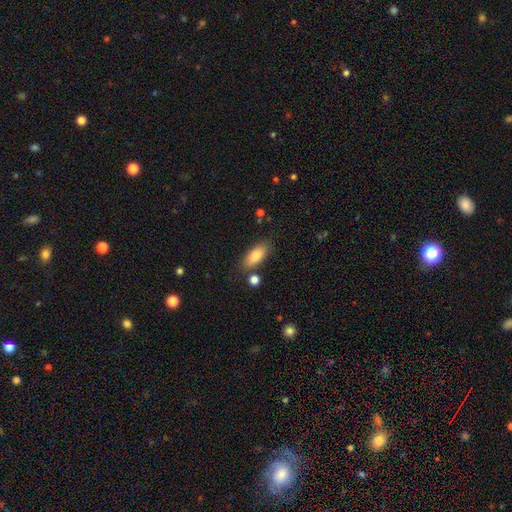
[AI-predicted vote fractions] smooth_or_featured: smooth (p=0.81) [alt: featured or disk p=0.12]
how_rounded: in between (p=0.82) [alt: cigar-shaped p=0.14]
merging: none (p=0.79) [alt: minor disturbance p=0.12]